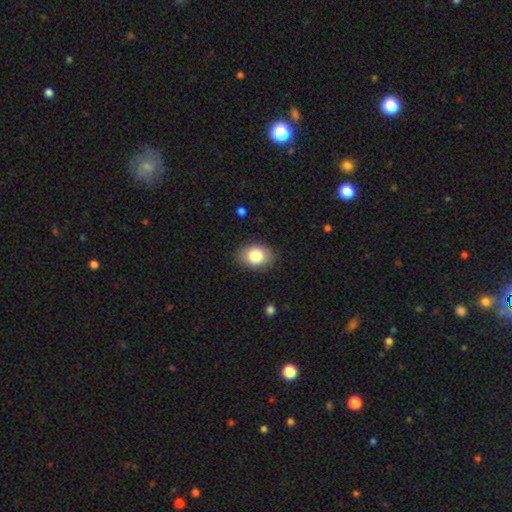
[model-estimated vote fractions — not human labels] This appears to be a smooth galaxy with no disk features (81%) that is in between round and cigar-shaped (72%). Merging: none (86%).